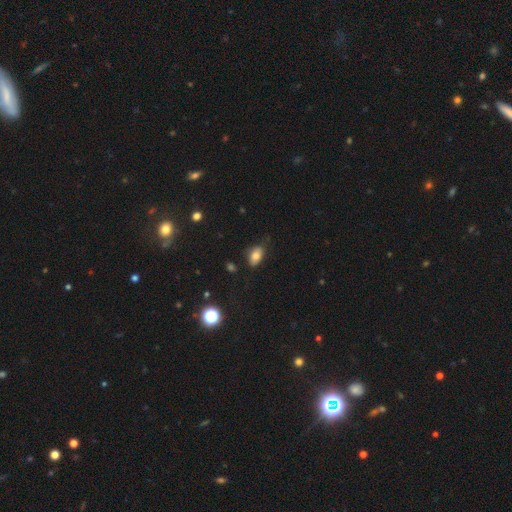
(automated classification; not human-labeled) smooth 80%, star or artifact 10%, featured or disk 10%. Down the decision tree: how rounded — in between (90%); merging — none (74%).